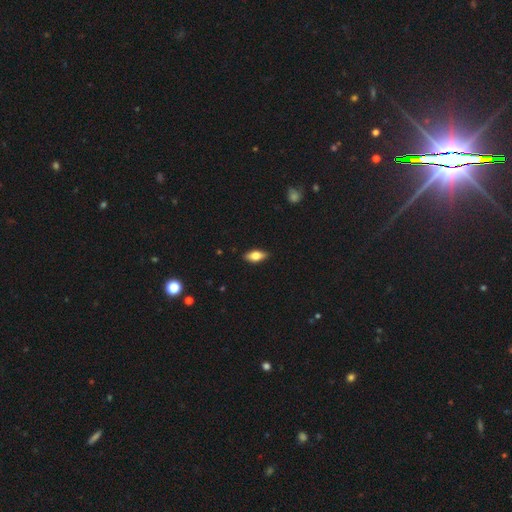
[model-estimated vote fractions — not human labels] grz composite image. It shows a smooth galaxy with no disk features (68%) that is in between round and cigar-shaped (84%). Merging: none (88%).